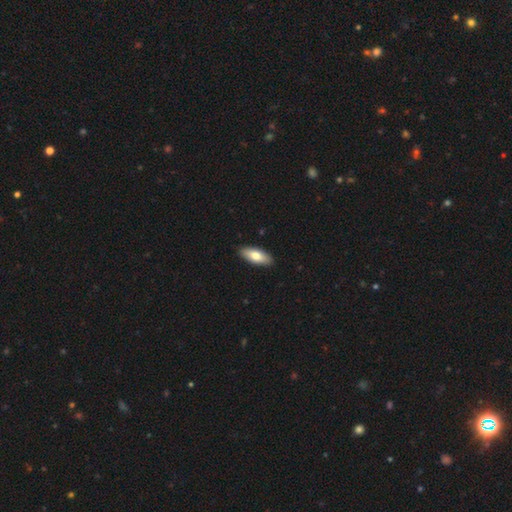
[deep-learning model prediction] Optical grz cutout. It shows a smooth galaxy with no disk features (75%) that is in between round and cigar-shaped (79%). Merging: none (90%).